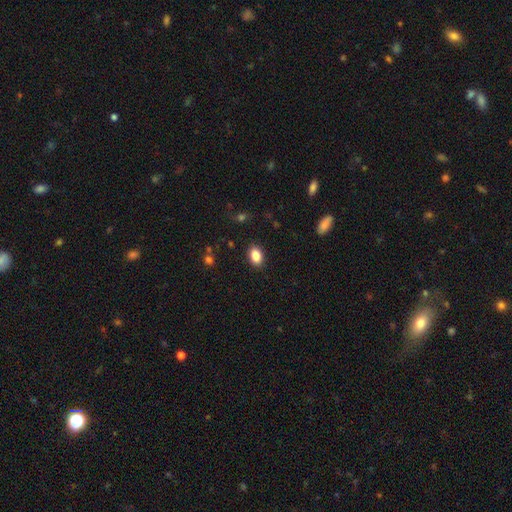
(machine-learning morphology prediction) This is clearly a smooth galaxy (86%). How rounded: clearly in between (86%). Merging: clearly none (88%).